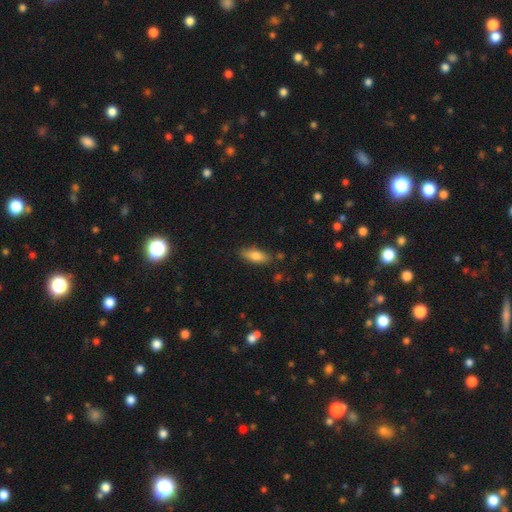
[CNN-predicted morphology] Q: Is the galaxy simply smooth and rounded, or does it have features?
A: smooth — 78%.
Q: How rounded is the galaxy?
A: in between — 74%.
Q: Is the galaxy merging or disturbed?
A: none — 83%.